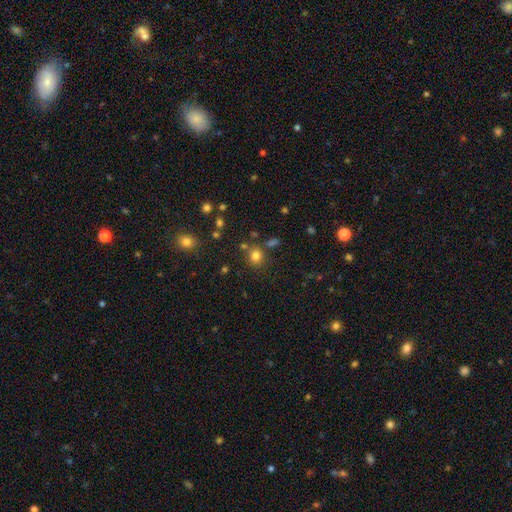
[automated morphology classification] This is likely a smooth galaxy (78%). How rounded: likely round (75%). Merging: likely none (77%).